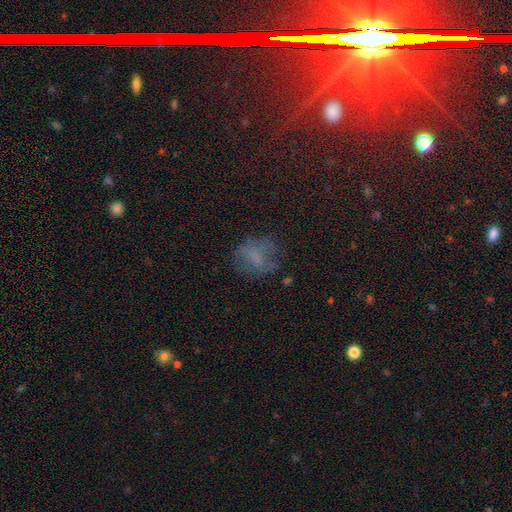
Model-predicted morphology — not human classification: A smooth galaxy with no disk features (51%) that is round (52%).

Vote fractions:
- Smooth or featured? smooth: 51% / featured or disk: 30% / star or artifact: 19%
- How rounded? round: 52% / in between: 46% / cigar-shaped: 2%
- Merging? none: 57% / minor disturbance: 21% / major disturbance: 20% / merger: 2%